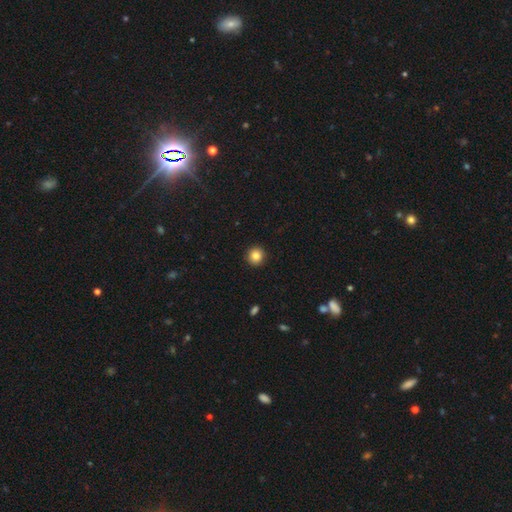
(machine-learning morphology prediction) Smooth or featured? smooth (85%)
How rounded? round (93%)
Merging? none (93%)